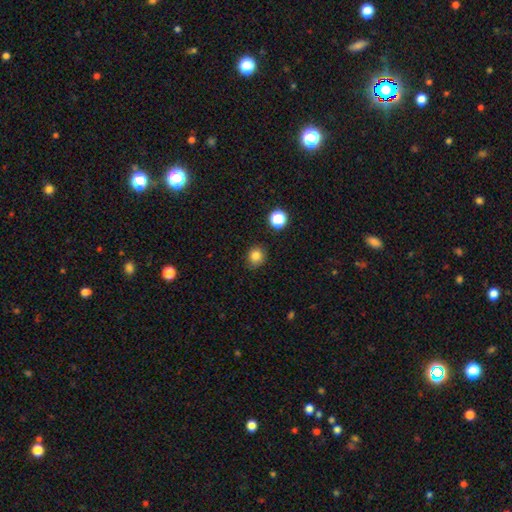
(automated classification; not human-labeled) Smooth or featured: smooth — 83% (star or artifact — 13%)
How rounded: round — 88% (in between — 11%)
Merging: none — 88% (minor disturbance — 8%)